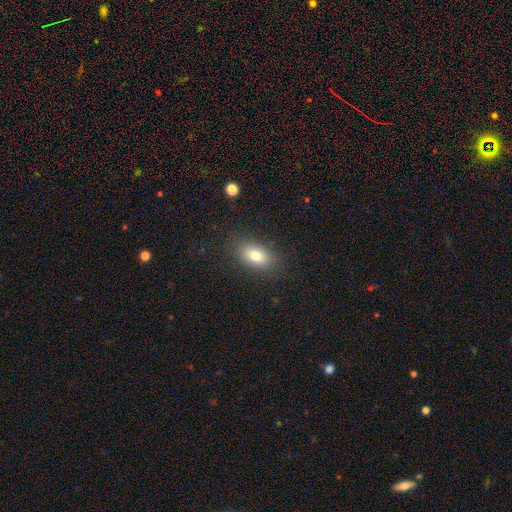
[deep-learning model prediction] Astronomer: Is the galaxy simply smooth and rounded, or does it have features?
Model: smooth — 80%.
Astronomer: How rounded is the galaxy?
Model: in between — 88%.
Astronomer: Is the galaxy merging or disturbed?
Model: none — 85%.